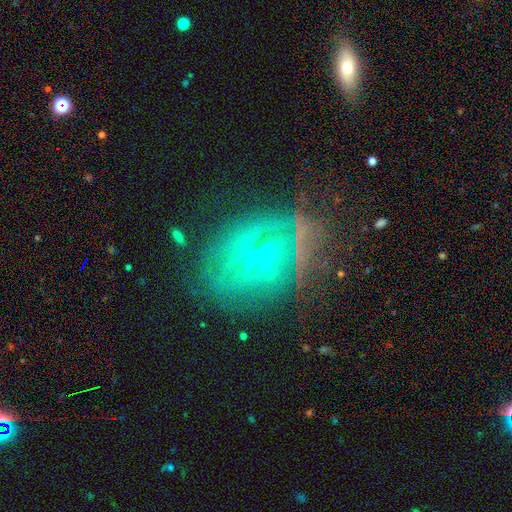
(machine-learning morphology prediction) Smooth or featured: featured or disk — 59% (smooth — 21%)
Edge-on disk: no — 91% (yes — 9%)
Bar: no — 60% (weak — 28%)
Spiral arms: yes — 57% (no — 43%)
Bulge size: small — 79% (moderate — 15%)
Merging: none — 59% (minor disturbance — 20%)